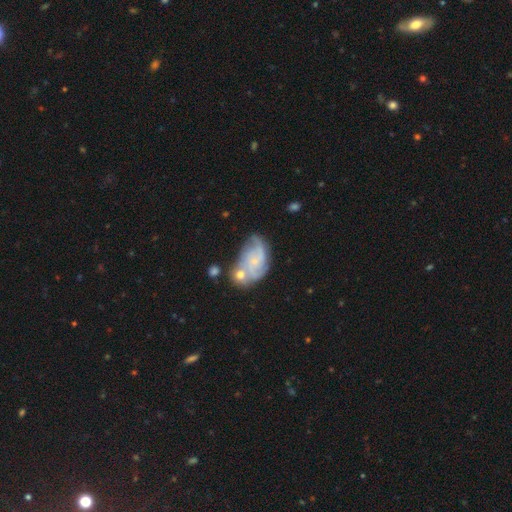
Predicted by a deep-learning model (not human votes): smooth-or-featured: featured or disk: 71% | smooth: 22% | star or artifact: 7%
  disk-edge-on: no: 98% | yes: 2%
    bar: no: 71% | weak: 25% | strong: 3%
    has-spiral-arms: yes: 88% | no: 12%
      spiral-winding: medium: 44% | tight: 31% | loose: 25%
      spiral-arm-count: can't tell: 29% | 2: 28% | 3: 25% | 4: 7% | 1: 6% | more than 4: 5%
    bulge-size: small: 71% | moderate: 14% | none: 13% | large: 1% | dominant: 1%
  merging: none: 38% | merger: 25% | minor disturbance: 22% | major disturbance: 14%